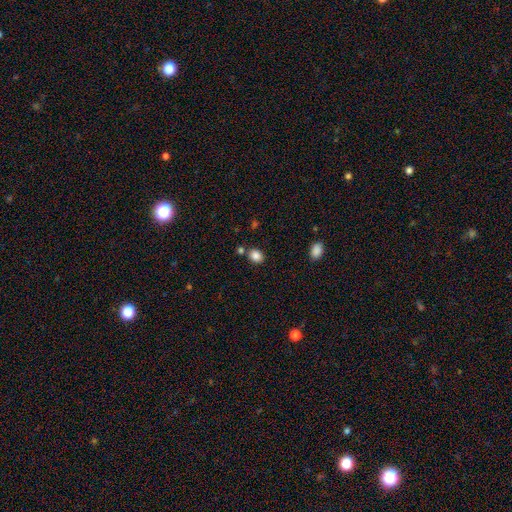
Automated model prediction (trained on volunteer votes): Smooth or featured: smooth — 85% (star or artifact — 10%)
How rounded: round — 55% (in between — 44%)
Merging: none — 76% (minor disturbance — 11%)